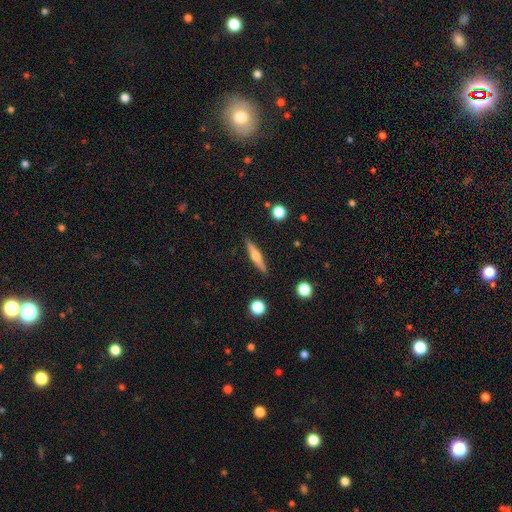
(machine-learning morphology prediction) Q: Smooth or featured?
A: featured or disk (59%); runner-up: smooth (35%)
Q: Edge-on disk?
A: yes (97%); runner-up: no (3%)
Q: Edge-on bulge?
A: rounded (91%); runner-up: none (5%)
Q: Merging?
A: none (89%); runner-up: minor disturbance (7%)